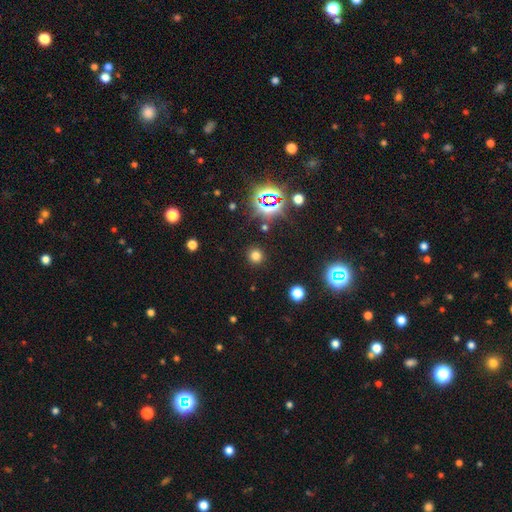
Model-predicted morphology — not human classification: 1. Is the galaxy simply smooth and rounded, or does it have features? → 70% smooth, 24% star or artifact, 6% featured or disk.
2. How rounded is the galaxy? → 93% round, 6% in between, 1% cigar-shaped.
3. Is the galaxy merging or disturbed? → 90% none, 6% minor disturbance, 3% major disturbance, 2% merger.